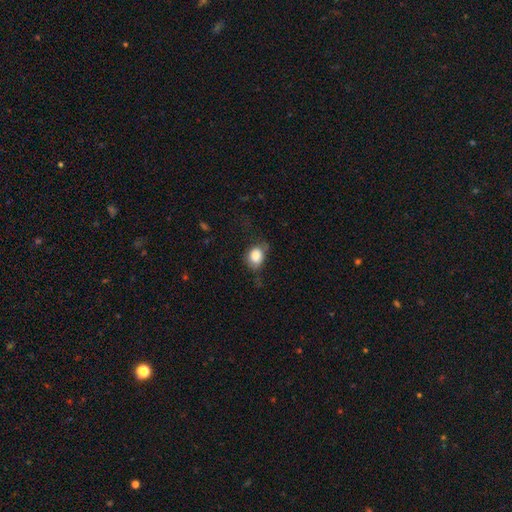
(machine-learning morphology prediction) smooth 81%, featured or disk 10%, star or artifact 9%. Down the decision tree: how rounded — round (54%); merging — none (53%).